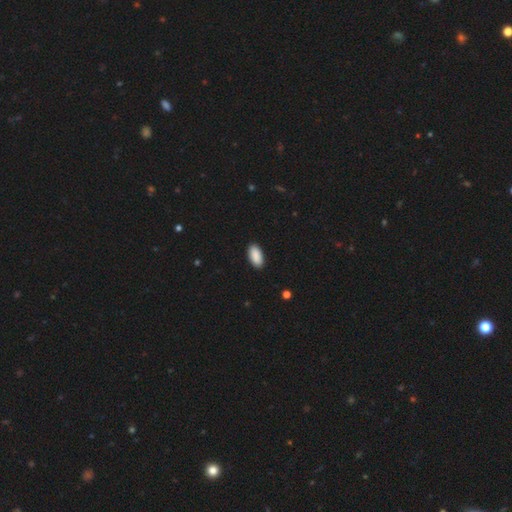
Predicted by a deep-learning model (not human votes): smooth-or-featured: smooth: 91% | star or artifact: 6% | featured or disk: 3%
  how-rounded: in between: 93% | cigar-shaped: 5% | round: 2%
  merging: none: 91% | minor disturbance: 7% | major disturbance: 1% | merger: 1%